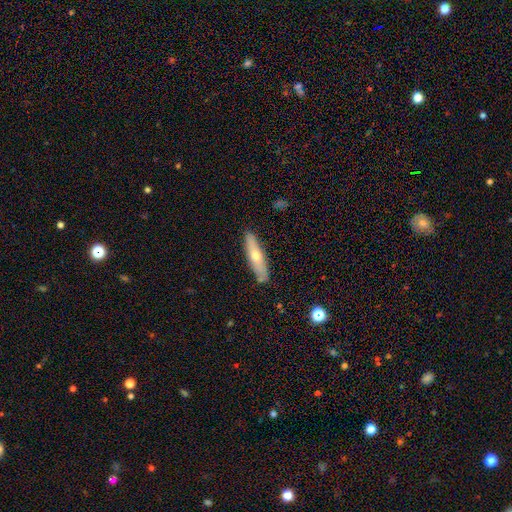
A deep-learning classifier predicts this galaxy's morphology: A smooth galaxy with no disk features (47%).

Vote fractions:
- Smooth or featured? smooth: 47% / featured or disk: 46% / star or artifact: 7%
- Merging? none: 87% / minor disturbance: 10% / major disturbance: 2% / merger: 1%